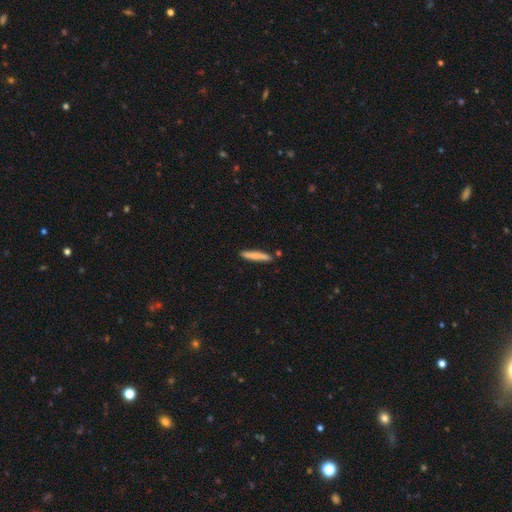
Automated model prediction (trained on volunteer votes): Morphology: type=smooth (76%); roundness=cigar-shaped (94%); merging=none (85%).